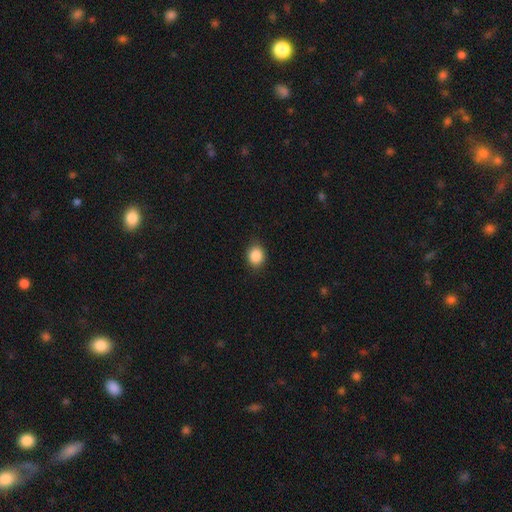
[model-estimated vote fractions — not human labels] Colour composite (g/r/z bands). It shows a smooth galaxy with no disk features (88%) that is round (62%). Merging: none (86%).